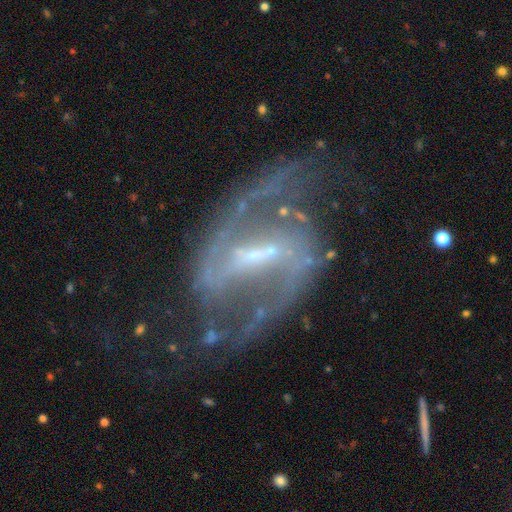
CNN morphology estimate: featured or disk 92%, star or artifact 5%, smooth 3%. Down the decision tree: edge-on disk — no (97%); bar — strong (50%); spiral arms — yes (97%); spiral arm count — 2 (92%); spiral winding — medium (52%); bulge size — small (68%); merging — none (68%).